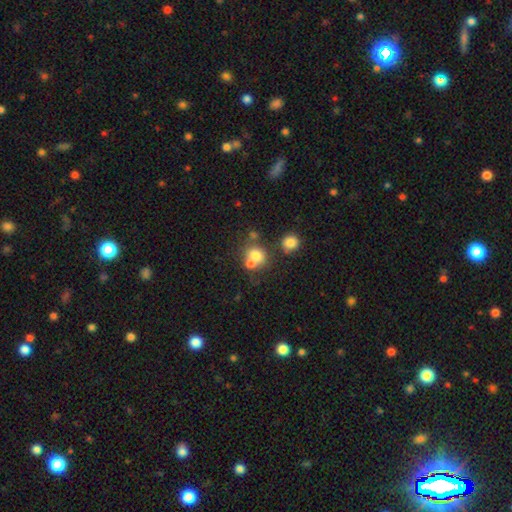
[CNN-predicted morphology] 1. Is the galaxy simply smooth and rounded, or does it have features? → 70% smooth, 17% featured or disk, 13% star or artifact.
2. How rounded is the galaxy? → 71% round, 28% in between, 1% cigar-shaped.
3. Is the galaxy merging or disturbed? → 48% merger, 39% none, 9% minor disturbance, 5% major disturbance.